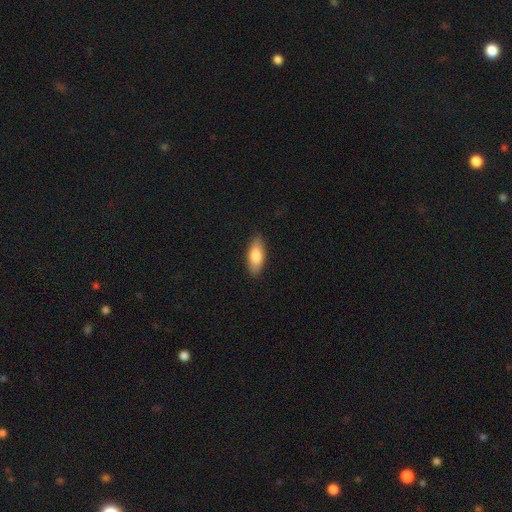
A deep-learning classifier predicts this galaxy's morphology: Smooth or featured? Predicted: smooth (p=0.82). How rounded? Predicted: in between (p=0.82). Merging? Predicted: none (p=0.87).